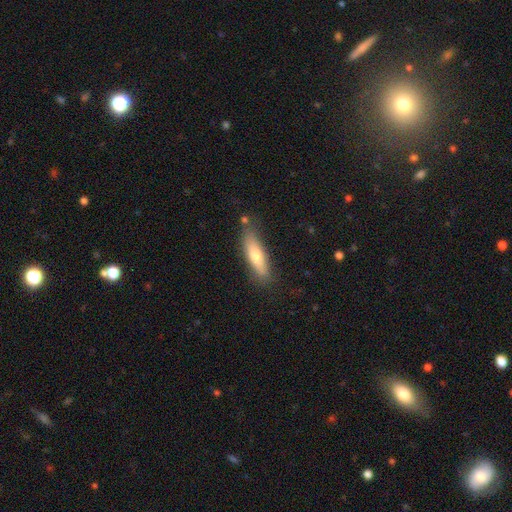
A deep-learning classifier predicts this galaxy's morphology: Overall: smooth (67%; featured or disk 27%). How rounded: cigar-shaped (61%; in between 37%). Merging: none (77%).